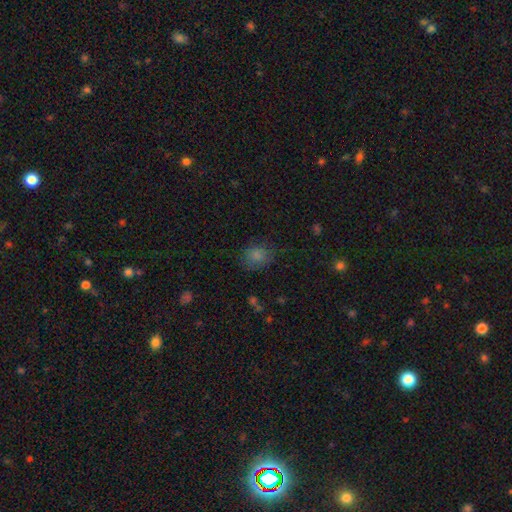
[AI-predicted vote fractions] smooth-or-featured: smooth: 75% | star or artifact: 17% | featured or disk: 8%
  how-rounded: round: 60% | in between: 38% | cigar-shaped: 1%
  merging: none: 76% | minor disturbance: 17% | major disturbance: 5% | merger: 1%